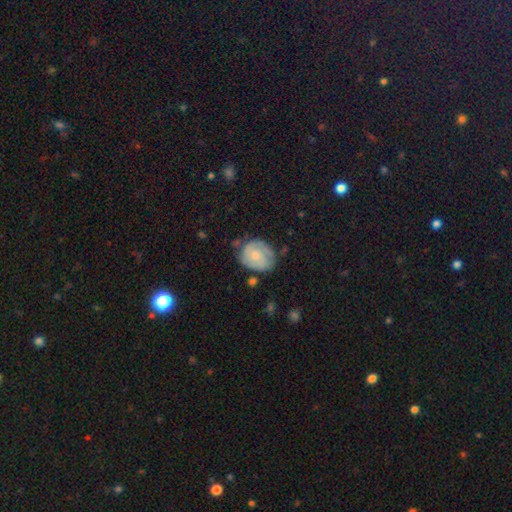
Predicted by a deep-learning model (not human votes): Smooth or featured? Predicted: featured or disk (p=0.54). Edge-on disk? Predicted: no (p=0.98). Bar? Predicted: no (p=0.73). Spiral arms? Predicted: yes (p=0.84). Bulge size? Predicted: small (p=0.48). Merging? Predicted: none (p=0.62).